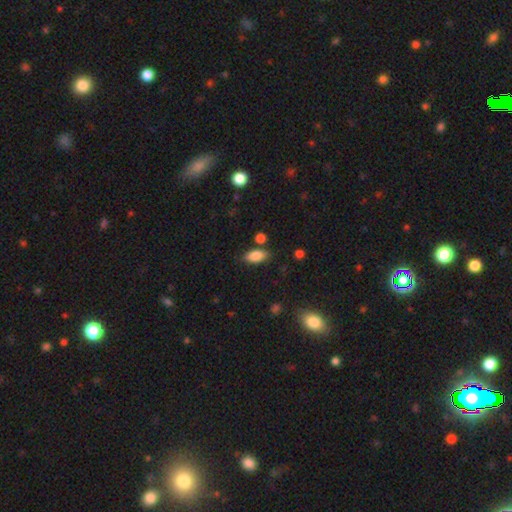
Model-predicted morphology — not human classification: Smooth or featured: smooth — 86% (star or artifact — 8%)
How rounded: in between — 87% (cigar-shaped — 9%)
Merging: none — 79% (minor disturbance — 13%)